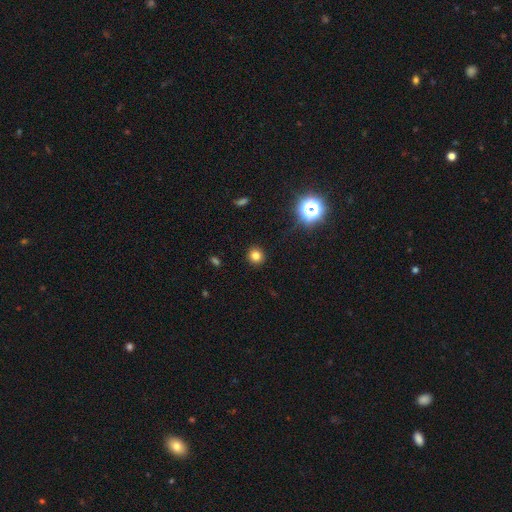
This is clearly a smooth galaxy (88%). How rounded: clearly round (89%). Merging: clearly none (97%).